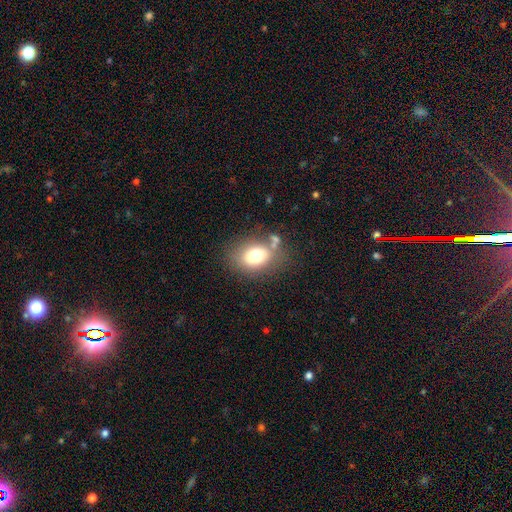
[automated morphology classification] Q: Smooth or featured?
A: smooth (72%); runner-up: featured or disk (17%)
Q: How rounded?
A: in between (67%); runner-up: round (32%)
Q: Merging?
A: none (62%); runner-up: minor disturbance (18%)